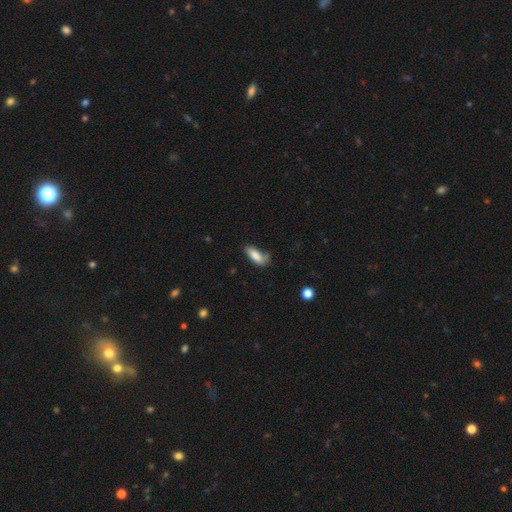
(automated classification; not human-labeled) smooth-or-featured: smooth: 82% | featured or disk: 11% | star or artifact: 7%
  how-rounded: in between: 75% | cigar-shaped: 23% | round: 2%
  merging: none: 56% | minor disturbance: 31% | major disturbance: 9% | merger: 4%